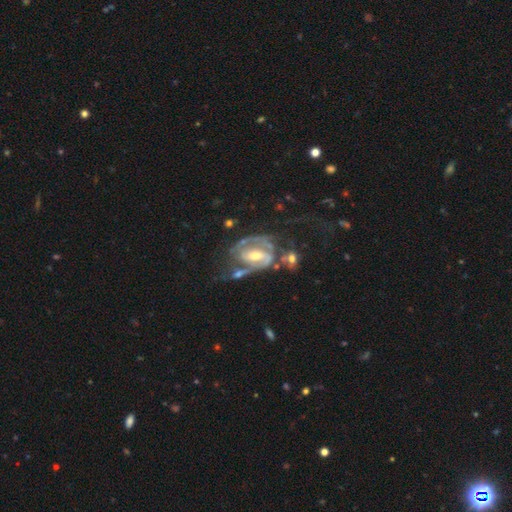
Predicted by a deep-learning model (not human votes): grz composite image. It shows a featured or disk galaxy (88%) with a weak bar (41%), 2 (72%) medium (43%) spiral arms (91%) and a moderate central bulge (63%). Merging: none (38%).